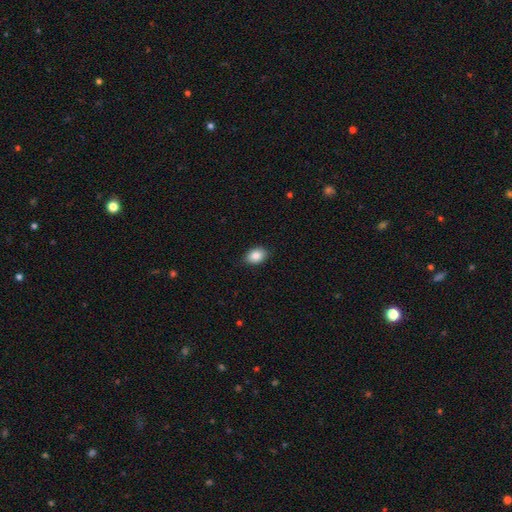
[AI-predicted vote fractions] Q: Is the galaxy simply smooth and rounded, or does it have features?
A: smooth — 88%.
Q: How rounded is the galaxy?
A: in between — 81%.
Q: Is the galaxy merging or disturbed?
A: none — 87%.